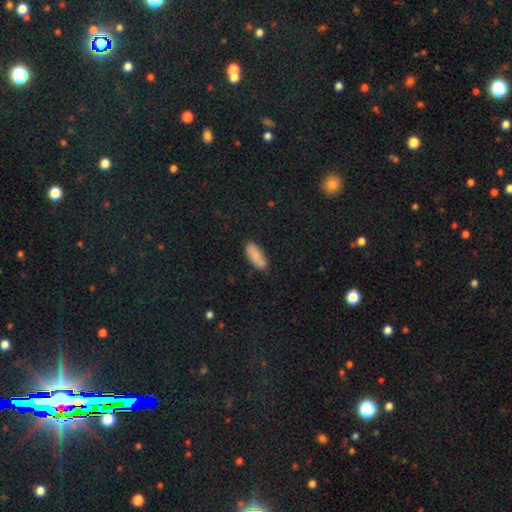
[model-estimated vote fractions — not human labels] smooth-or-featured: smooth: 81% | featured or disk: 12% | star or artifact: 7%
  how-rounded: in between: 81% | cigar-shaped: 17% | round: 2%
  merging: none: 74% | minor disturbance: 20% | major disturbance: 4% | merger: 2%